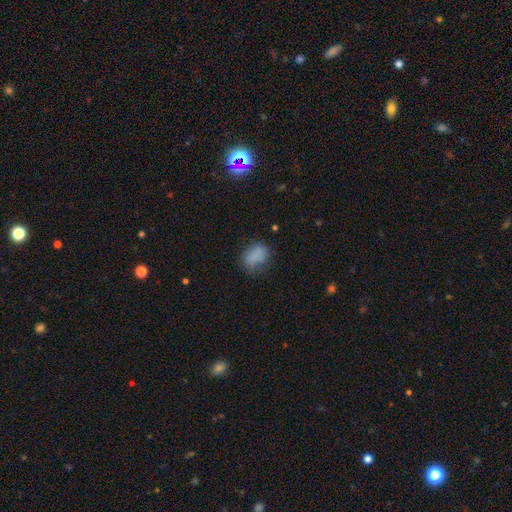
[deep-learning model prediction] smooth_or_featured: smooth (p=0.79) [alt: star or artifact p=0.11]
how_rounded: in between (p=0.68) [alt: round p=0.30]
merging: none (p=0.53) [alt: minor disturbance p=0.29]